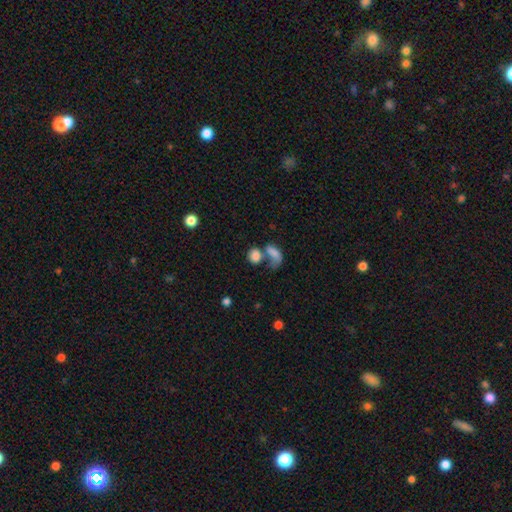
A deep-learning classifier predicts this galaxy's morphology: Smooth or featured? Predicted: smooth (p=0.79). How rounded? Predicted: in between (p=0.53). Merging? Predicted: merger (p=0.52).